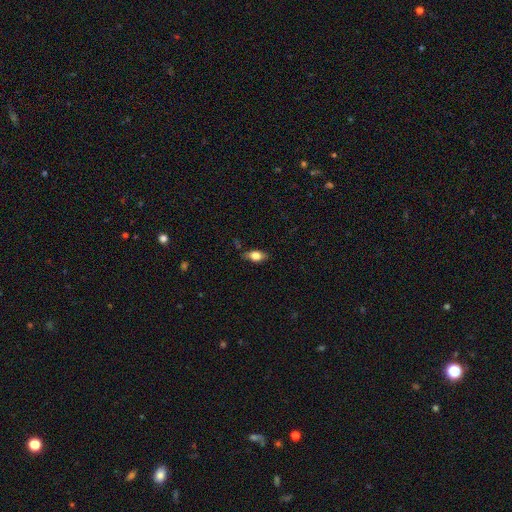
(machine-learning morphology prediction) smooth 74%, featured or disk 17%, star or artifact 9%. Down the decision tree: how rounded — in between (83%); merging — none (75%).